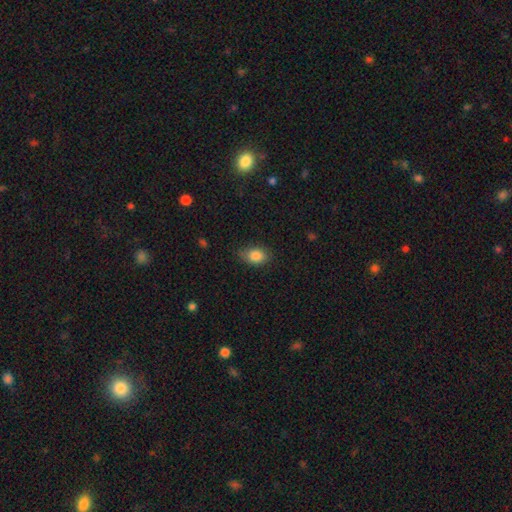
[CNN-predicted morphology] smooth_or_featured: smooth (p=0.85) [alt: star or artifact p=0.09]
how_rounded: in between (p=0.76) [alt: round p=0.22]
merging: none (p=0.73) [alt: minor disturbance p=0.21]